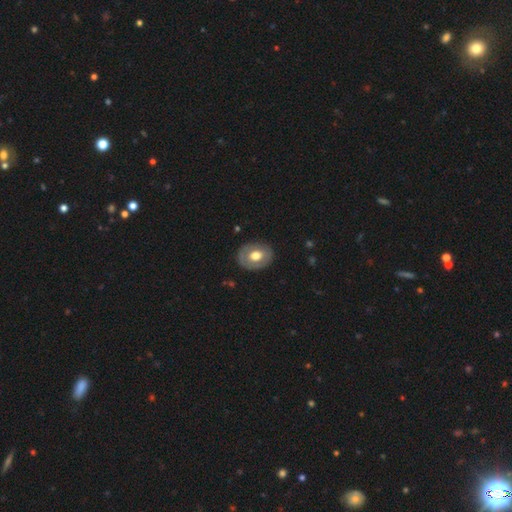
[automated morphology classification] Smooth or featured? Predicted: smooth (p=0.53). How rounded? Predicted: in between (p=0.57). Merging? Predicted: none (p=0.83).